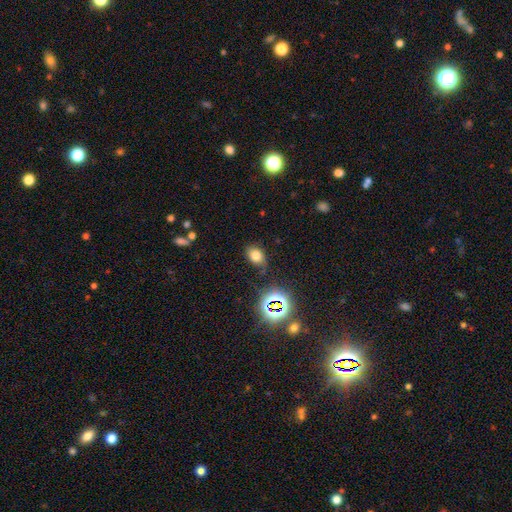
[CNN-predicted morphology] This is likely a smooth galaxy (69%). How rounded: likely in between (75%). Merging: likely none (71%).